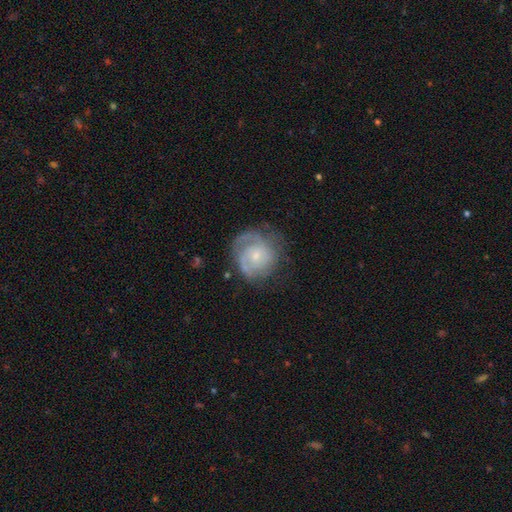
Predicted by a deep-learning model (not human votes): Morphology: type=featured or disk (72%); edge-on=no (98%); bar=no (75%); spiral arms=yes (89%); winding=tight (57%); arm count=2 (31%, tied with can't tell); bulge=small (66%); merging=none (64%).